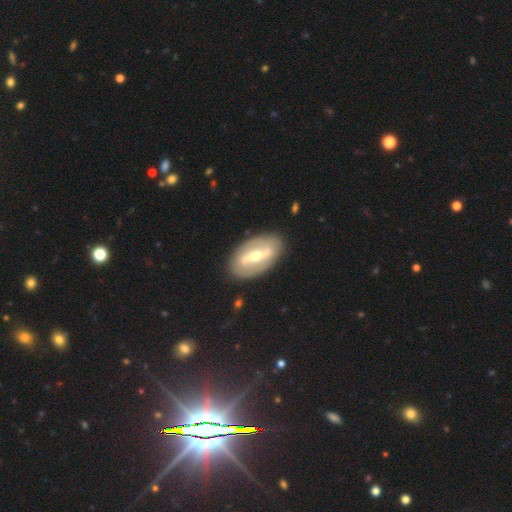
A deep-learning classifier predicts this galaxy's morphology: A featured or disk galaxy (74%) with a strong bar (67%), no spiral arms (52%) and a moderate central bulge (66%). Merging: none (86%).